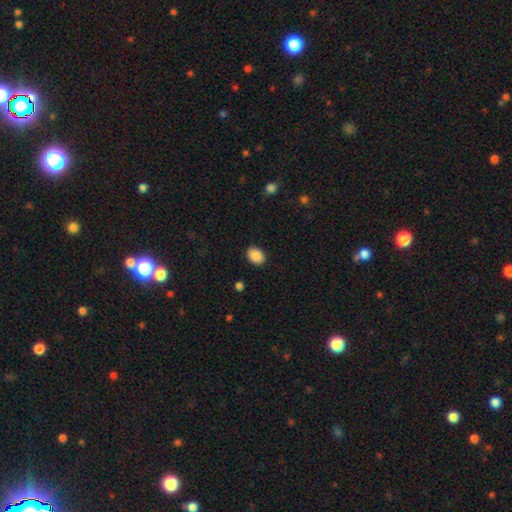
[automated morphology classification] Overall: smooth (89%). How rounded: in between (67%; round 32%). Merging: none (89%).